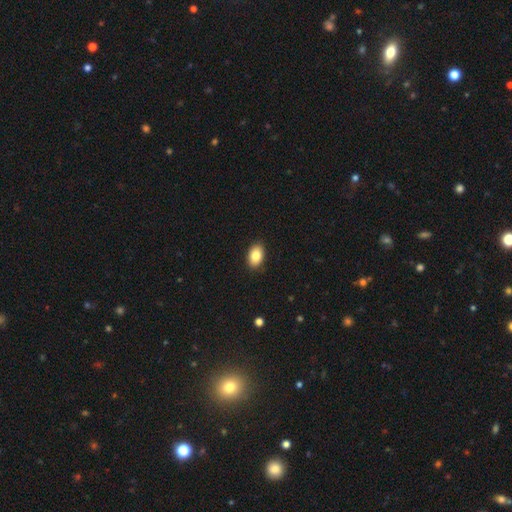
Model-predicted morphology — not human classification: type=smooth (85%); roundness=in between (88%); merging=none (90%).